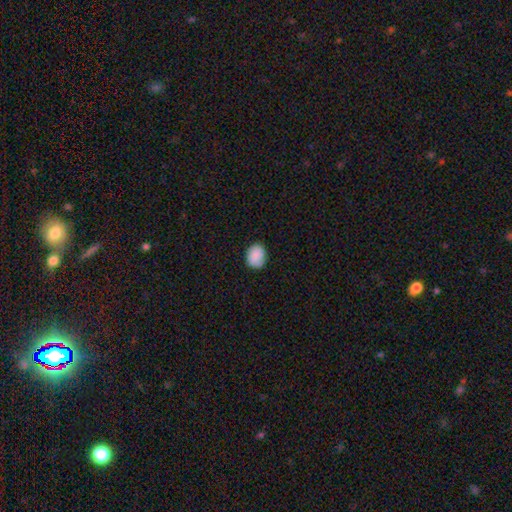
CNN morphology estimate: smooth-or-featured: smooth: 86% | star or artifact: 7% | featured or disk: 7%
  how-rounded: in between: 51% | round: 48% | cigar-shaped: 1%
  merging: none: 75% | minor disturbance: 19% | major disturbance: 4% | merger: 1%